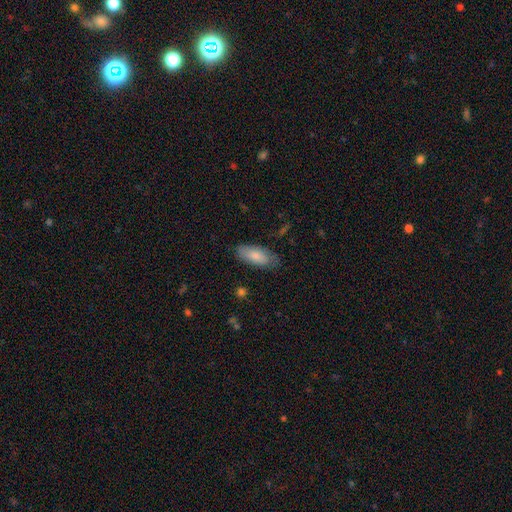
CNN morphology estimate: smooth_or_featured: smooth (p=0.81) [alt: featured or disk p=0.13]
how_rounded: in between (p=0.85) [alt: cigar-shaped p=0.13]
merging: none (p=0.76) [alt: minor disturbance p=0.19]